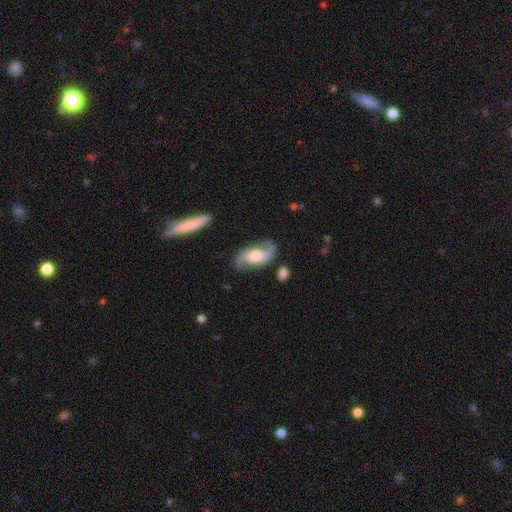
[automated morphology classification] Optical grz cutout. It shows a featured or disk galaxy (82%) with no bar (51%), 2 (93%) medium (46%) spiral arms (95%) and a moderate central bulge (50%). Merging: none (79%).